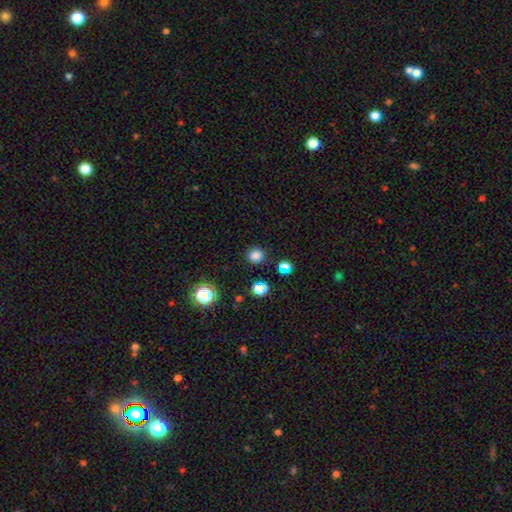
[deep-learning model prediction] Smooth or featured?
  - smooth: 79% *
  - star or artifact: 17%
  - featured or disk: 4%
How rounded?
  - round: 93% *
  - in between: 6%
  - cigar-shaped: 1%
Merging?
  - none: 89% *
  - minor disturbance: 6%
  - major disturbance: 3%
  - merger: 2%